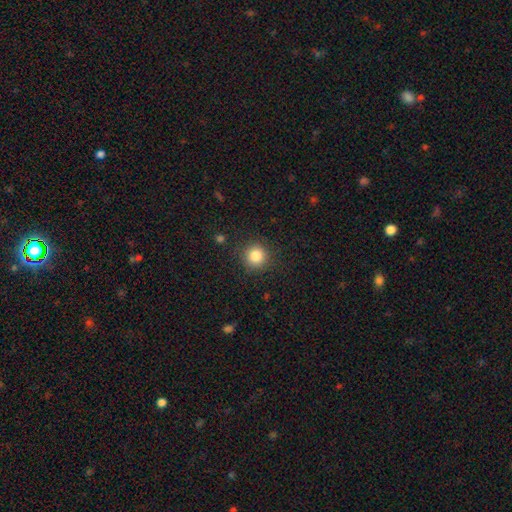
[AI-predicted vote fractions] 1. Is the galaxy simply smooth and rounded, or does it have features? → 84% smooth, 11% star or artifact, 5% featured or disk.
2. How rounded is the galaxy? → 94% round, 5% in between, 1% cigar-shaped.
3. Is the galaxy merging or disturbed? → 89% none, 7% minor disturbance, 3% major disturbance, 1% merger.